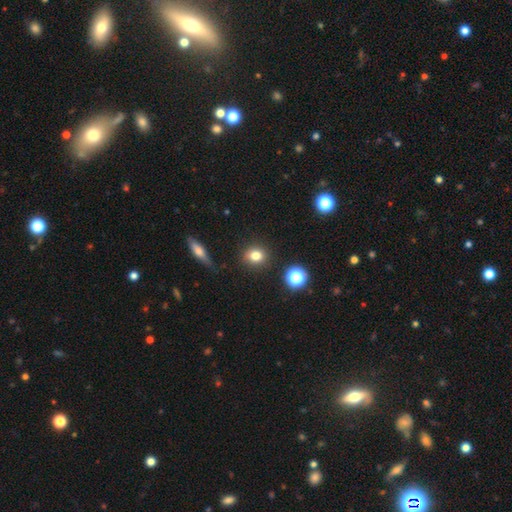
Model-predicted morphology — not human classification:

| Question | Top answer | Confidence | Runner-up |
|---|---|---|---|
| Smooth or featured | smooth | 79% | star or artifact (13%) |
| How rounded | round | 72% | in between (26%) |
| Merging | none | 87% | minor disturbance (8%) |